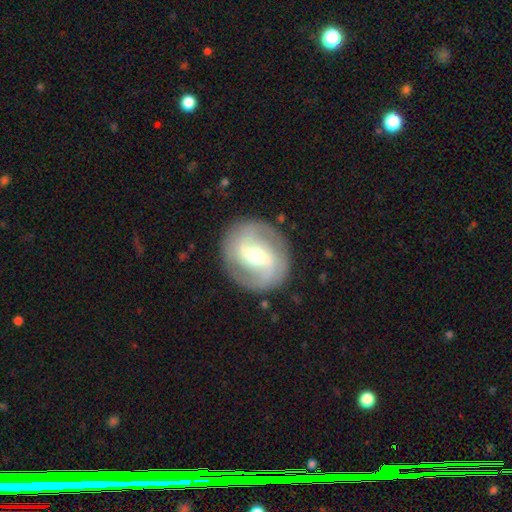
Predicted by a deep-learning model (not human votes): smooth-or-featured: featured or disk: 77% | smooth: 17% | star or artifact: 6%
  disk-edge-on: no: 95% | yes: 5%
    bar: strong: 43% | weak: 42% | no: 15%
    has-spiral-arms: yes: 83% | no: 17%
      spiral-winding: medium: 43% | tight: 30% | loose: 26%
      spiral-arm-count: 2: 82% | can't tell: 9% | 3: 4% | 1: 2% | 4: 2% | more than 4: 1%
    bulge-size: moderate: 63% | small: 29% | large: 6% | dominant: 1% | none: 1%
  merging: none: 86% | minor disturbance: 9% | major disturbance: 4% | merger: 1%